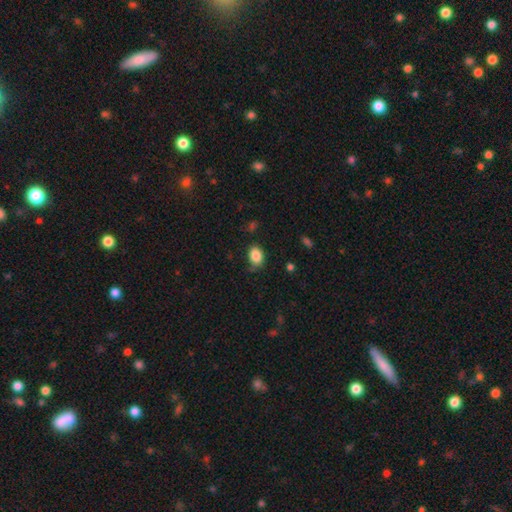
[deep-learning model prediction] Overall: smooth (86%). How rounded: in between (74%). Merging: none (73%).